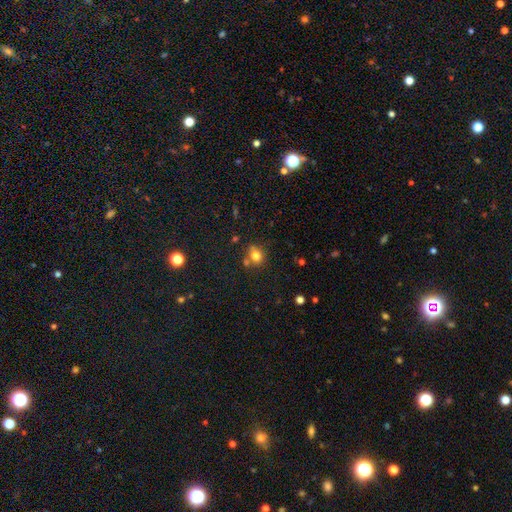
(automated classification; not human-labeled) Smooth or featured: smooth — 78% (star or artifact — 13%)
How rounded: round — 64% (in between — 35%)
Merging: none — 60% (merger — 19%)